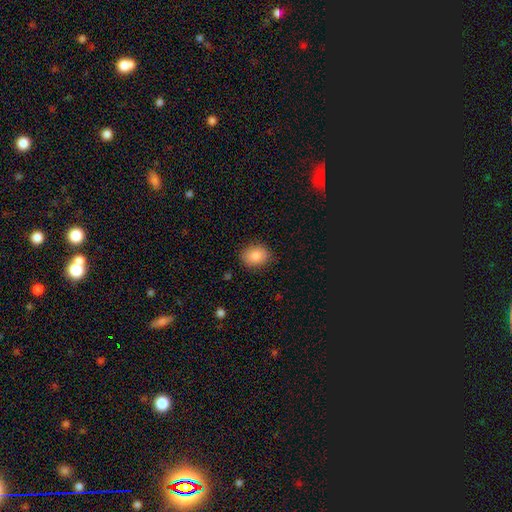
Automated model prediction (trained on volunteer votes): smooth 86%, star or artifact 8%, featured or disk 6%. Down the decision tree: how rounded — in between (52%); merging — none (86%).